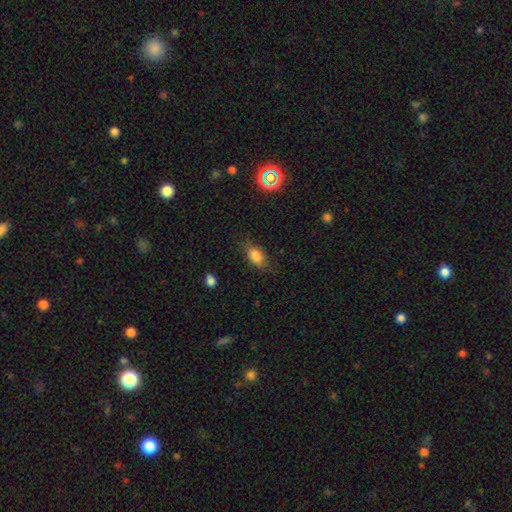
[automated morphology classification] Smooth or featured? Predicted: smooth (p=0.82). How rounded? Predicted: in between (p=0.86). Merging? Predicted: none (p=0.75).